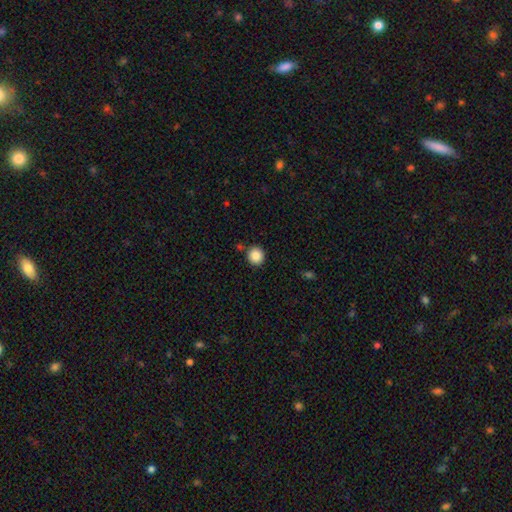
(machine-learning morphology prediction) This appears to be a smooth galaxy with no disk features (87%) that is round (91%). Merging: none (87%).